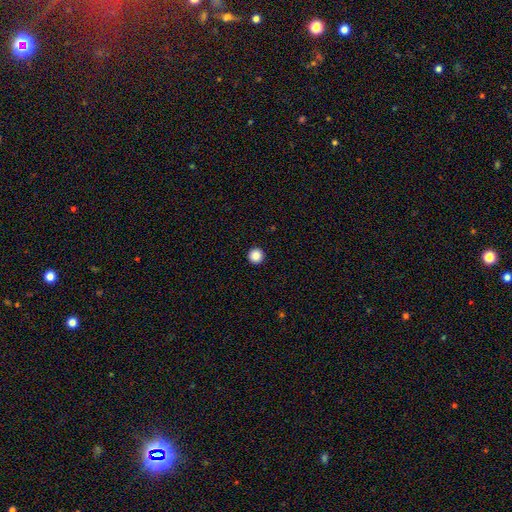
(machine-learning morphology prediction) Overall: smooth (88%). How rounded: round (97%). Merging: none (94%).